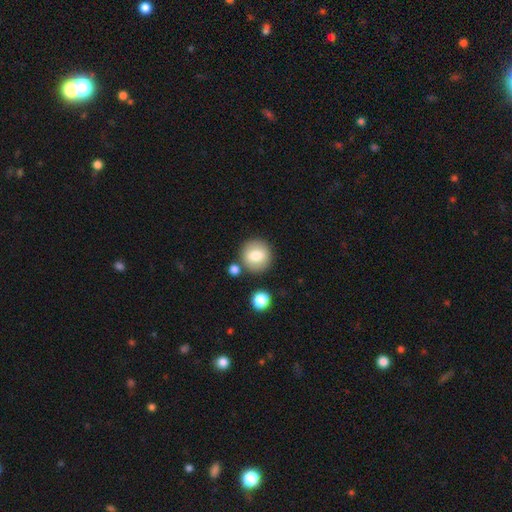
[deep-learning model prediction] smooth-or-featured: smooth: 75% | featured or disk: 17% | star or artifact: 8%
  how-rounded: round: 88% | in between: 11% | cigar-shaped: 1%
  merging: none: 80% | minor disturbance: 9% | merger: 8% | major disturbance: 3%